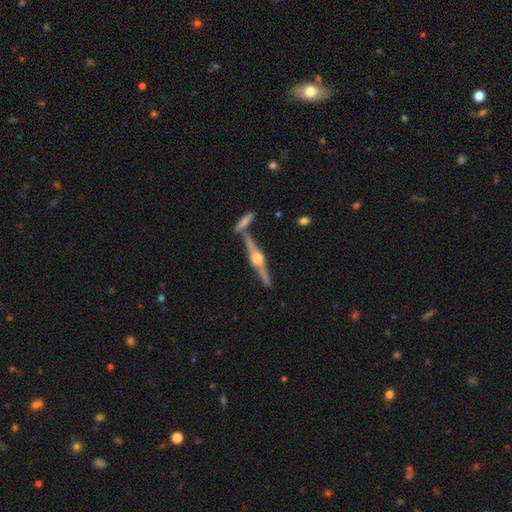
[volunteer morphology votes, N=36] Smooth or featured: featured or disk — 83% (star or artifact — 11%)
Edge-on disk: yes — 97% (no — 3%)
Edge-on bulge: rounded — 93% (boxy — 3%)
Merging: none — 75% (merger — 22%)